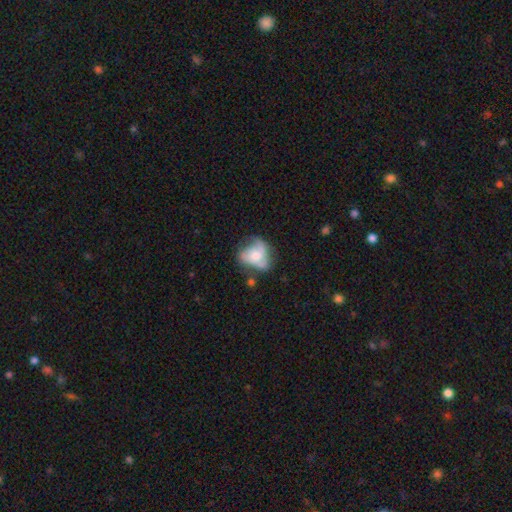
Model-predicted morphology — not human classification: This is possibly a featured or disk galaxy (55%). It is clearly not viewed edge-on (97%). Bar: likely no (74%). Spiral arm pattern: likely yes (74%). Central bulge: possibly moderate (53%). Merging: marginally none (43%).